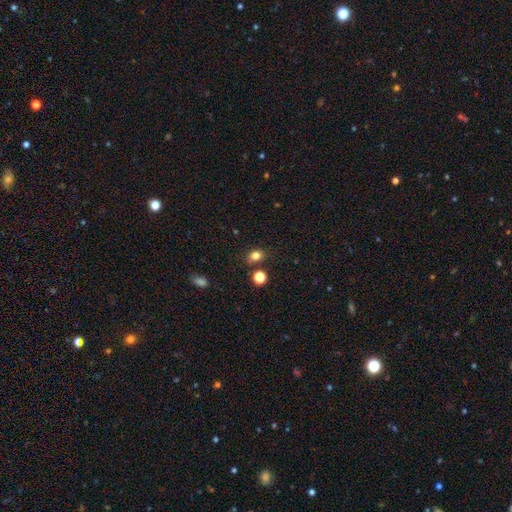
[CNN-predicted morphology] smooth_or_featured: smooth (p=0.80) [alt: star or artifact p=0.14]
how_rounded: round (p=0.50) [alt: in between p=0.48]
merging: none (p=0.78) [alt: minor disturbance p=0.11]